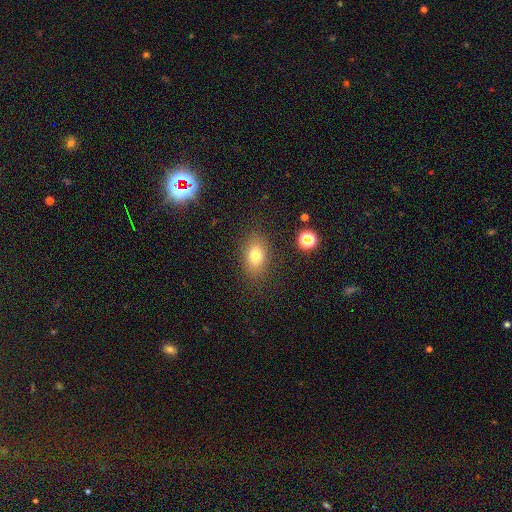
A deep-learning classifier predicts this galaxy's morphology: smooth 76%, featured or disk 12%, star or artifact 11%. Down the decision tree: how rounded — in between (81%); merging — none (83%).